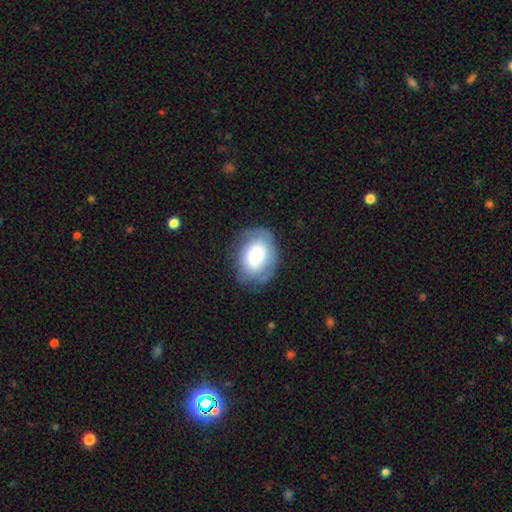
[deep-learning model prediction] A smooth galaxy with no disk features (58%) that is in between round and cigar-shaped (67%). Merging: none (67%).